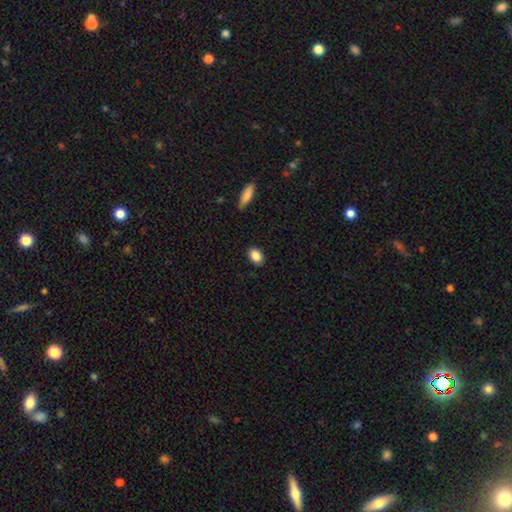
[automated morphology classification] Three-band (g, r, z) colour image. It shows a smooth galaxy with no disk features (87%) that is in between round and cigar-shaped (85%). Merging: none (88%).